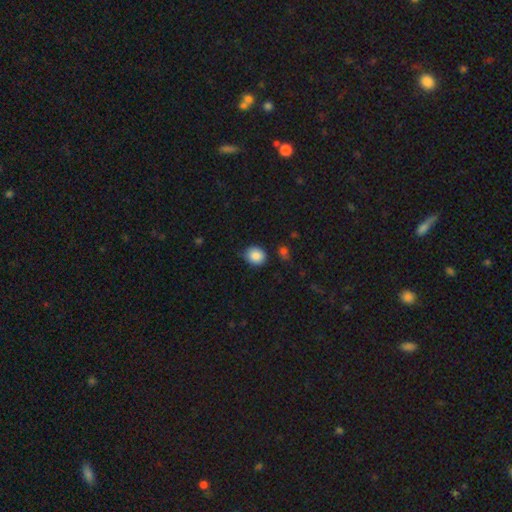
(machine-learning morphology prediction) Smooth or featured?
  - smooth: 86% *
  - star or artifact: 9%
  - featured or disk: 6%
How rounded?
  - round: 75% *
  - in between: 24%
  - cigar-shaped: 1%
Merging?
  - none: 77% *
  - minor disturbance: 18%
  - major disturbance: 3%
  - merger: 2%